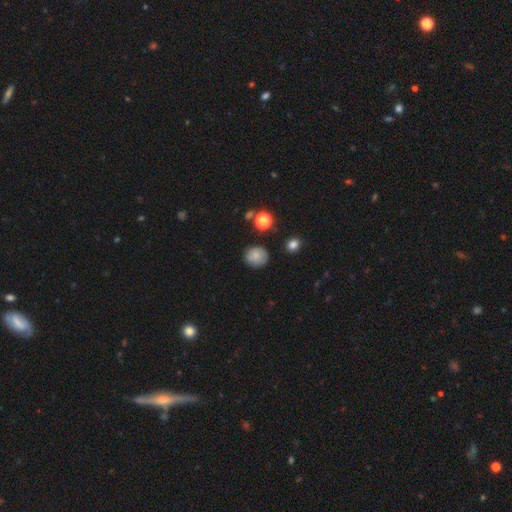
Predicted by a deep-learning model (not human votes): Overall: smooth (79%). How rounded: round (81%). Merging: none (81%).